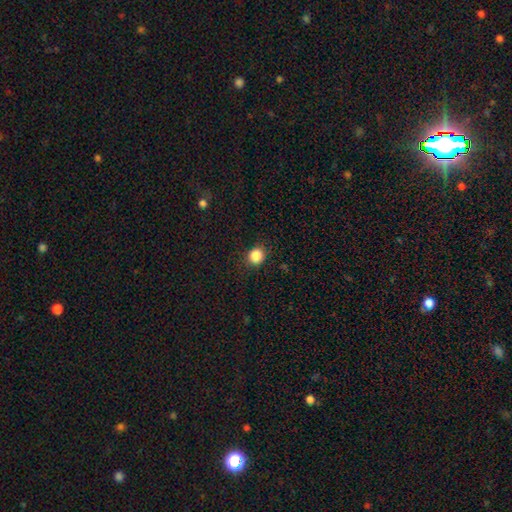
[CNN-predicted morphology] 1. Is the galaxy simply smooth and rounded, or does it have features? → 86% smooth, 11% star or artifact, 4% featured or disk.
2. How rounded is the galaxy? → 83% round, 16% in between, 1% cigar-shaped.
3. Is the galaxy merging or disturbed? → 88% none, 8% minor disturbance, 3% major disturbance, 1% merger.